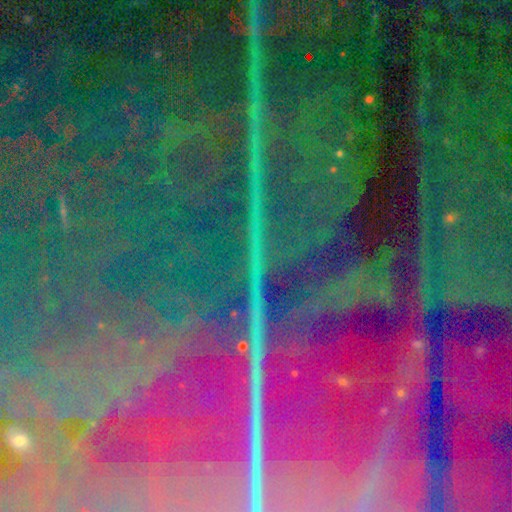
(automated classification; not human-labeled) Smooth or featured: star or artifact — 89% (featured or disk — 7%)